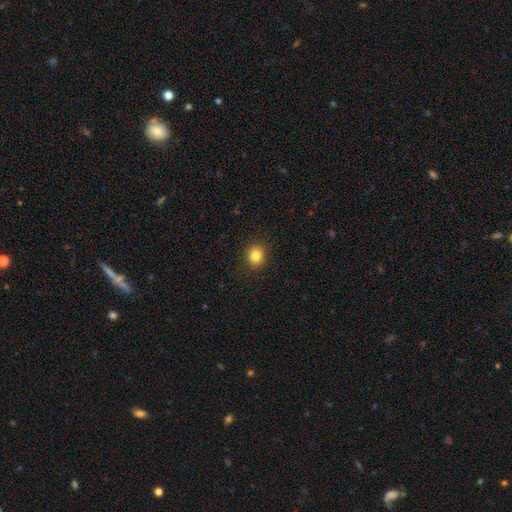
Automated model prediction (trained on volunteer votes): This is clearly a smooth galaxy (83%). How rounded: likely round (74%). Merging: clearly none (89%).